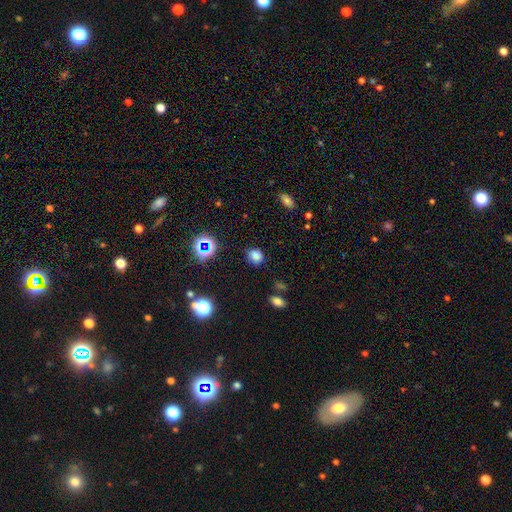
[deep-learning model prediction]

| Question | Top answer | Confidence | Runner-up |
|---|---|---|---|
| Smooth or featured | smooth | 76% | star or artifact (18%) |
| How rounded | round | 71% | in between (28%) |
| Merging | none | 81% | minor disturbance (13%) |